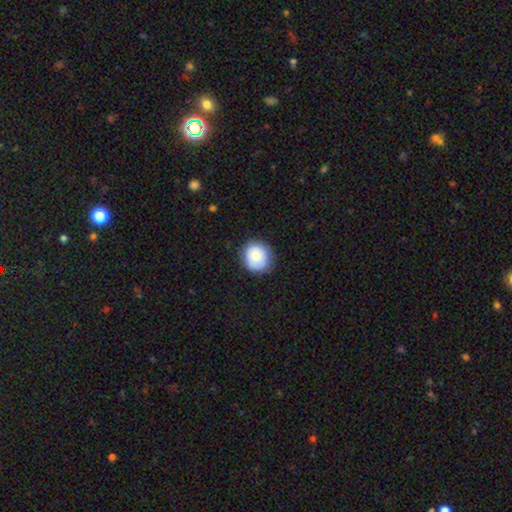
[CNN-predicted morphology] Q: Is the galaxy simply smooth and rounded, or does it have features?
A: smooth — 76%.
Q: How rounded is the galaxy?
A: round — 83%.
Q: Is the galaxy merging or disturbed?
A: none — 79%.